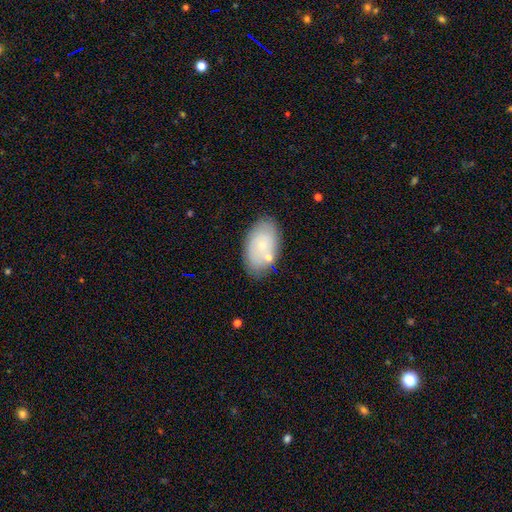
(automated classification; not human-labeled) The model was most divided on "smooth or featured": smooth: 58%, featured or disk: 34%, star or artifact: 8%. More confident: how rounded — in between (92%); merging — none (75%).